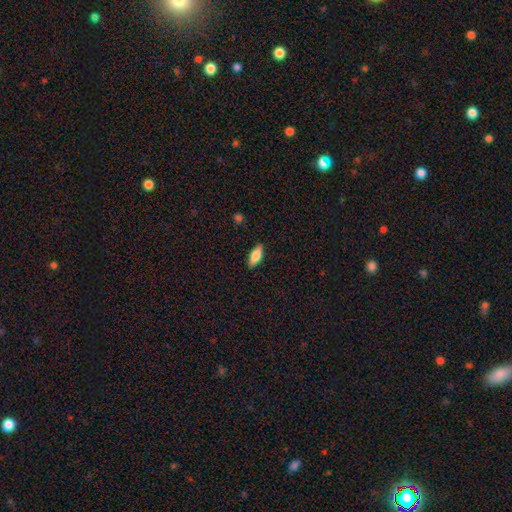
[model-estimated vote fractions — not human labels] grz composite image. It shows a smooth galaxy with no disk features (75%) that is in between round and cigar-shaped (76%). Merging: none (88%).